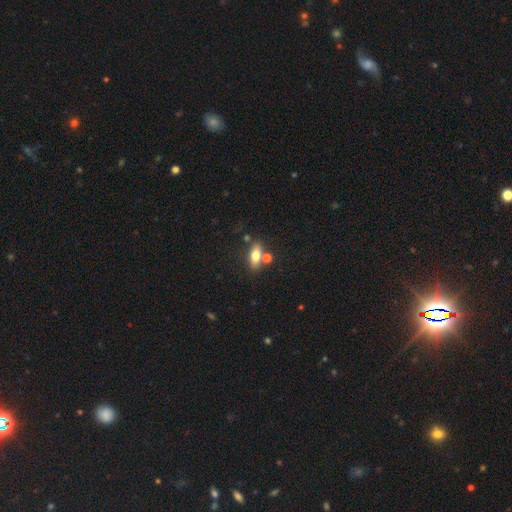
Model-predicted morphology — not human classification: The model was most divided on "merging": none: 64%, merger: 20%, minor disturbance: 12%, major disturbance: 4%. More confident: how rounded — in between (74%); smooth or featured — smooth (70%).